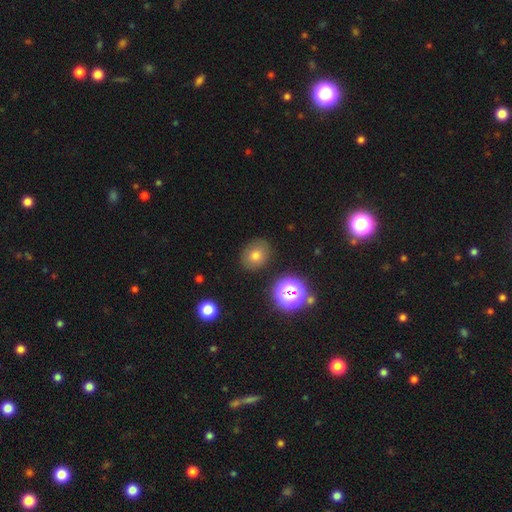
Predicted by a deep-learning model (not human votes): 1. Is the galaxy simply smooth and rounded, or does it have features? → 70% smooth, 17% star or artifact, 13% featured or disk.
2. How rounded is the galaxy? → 54% round, 45% in between, 1% cigar-shaped.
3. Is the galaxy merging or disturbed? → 84% none, 10% minor disturbance, 3% major disturbance, 2% merger.